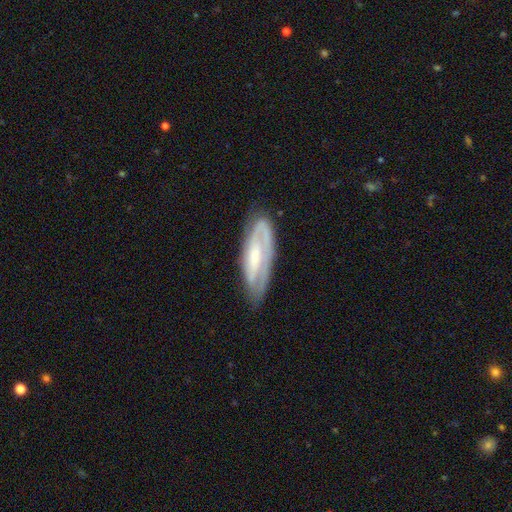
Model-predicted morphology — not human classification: This is likely a featured or disk galaxy (73%). It is clearly not viewed edge-on (82%). Bar: marginally no (43%). Spiral arm pattern: clearly yes (84%). Spiral arm count: marginally 2 (39%). Spiral winding: possibly tight (54%). Central bulge: marginally moderate (38%). Merging: likely none (69%).